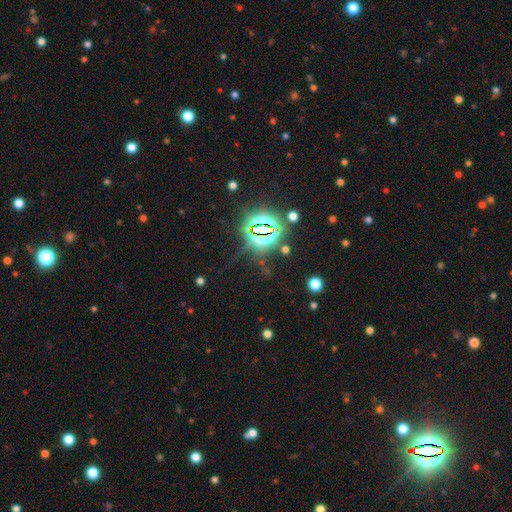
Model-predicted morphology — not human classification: Q: Smooth or featured?
A: star or artifact (82%); runner-up: smooth (10%)